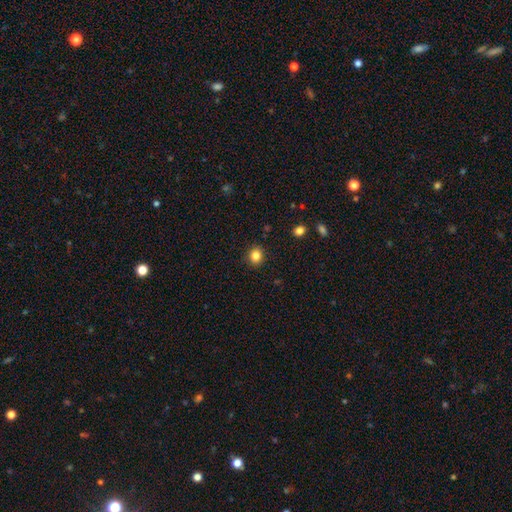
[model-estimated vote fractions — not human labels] This appears to be a smooth galaxy with no disk features (84%) that is round (72%). Merging: none (89%).